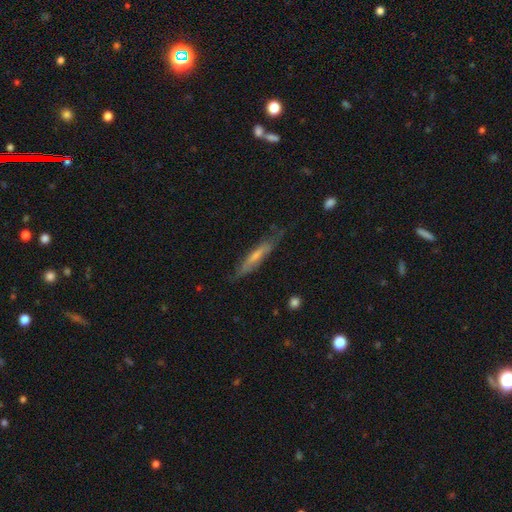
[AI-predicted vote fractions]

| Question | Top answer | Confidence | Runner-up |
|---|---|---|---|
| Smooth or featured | featured or disk | 52% | smooth (41%) |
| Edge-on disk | yes | 73% | no (27%) |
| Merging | none | 71% | minor disturbance (22%) |